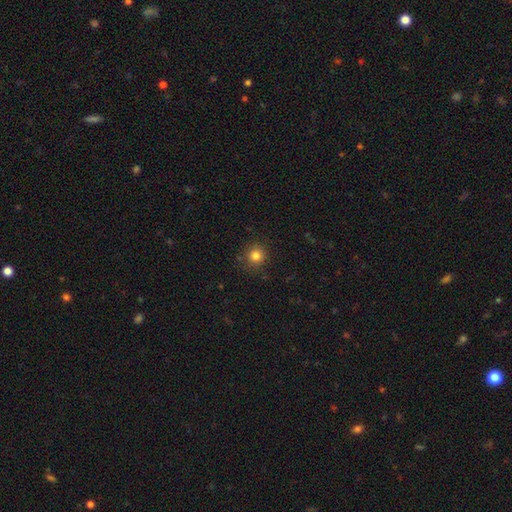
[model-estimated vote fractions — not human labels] A smooth galaxy with no disk features (82%) that is round (93%).

Vote fractions:
- Smooth or featured? smooth: 82% / star or artifact: 13% / featured or disk: 6%
- How rounded? round: 93% / in between: 6% / cigar-shaped: 1%
- Merging? none: 87% / minor disturbance: 8% / major disturbance: 3% / merger: 2%